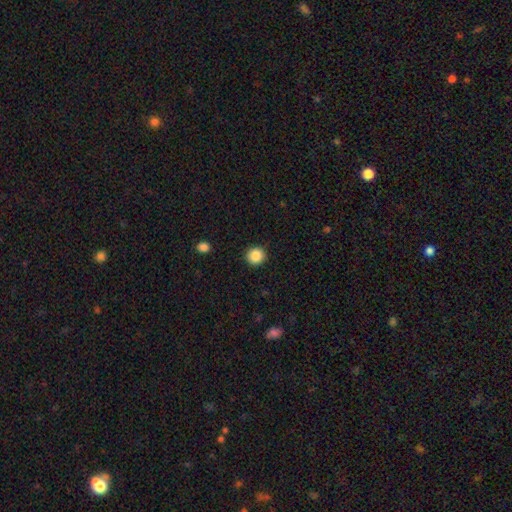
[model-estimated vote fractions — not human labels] Overall: smooth (87%). How rounded: round (94%). Merging: none (92%).